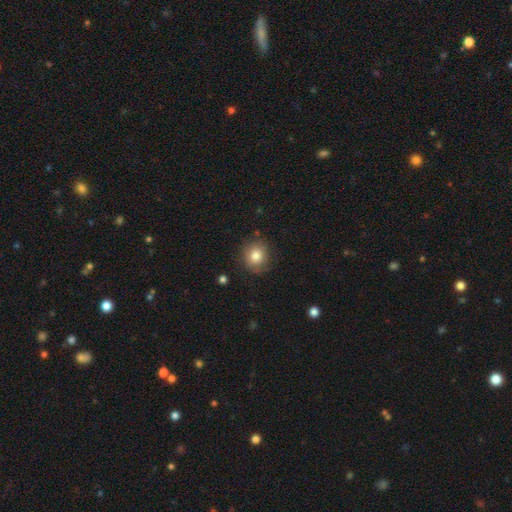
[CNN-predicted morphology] Smooth or featured? smooth (79%)
How rounded? round (84%)
Merging? none (81%)